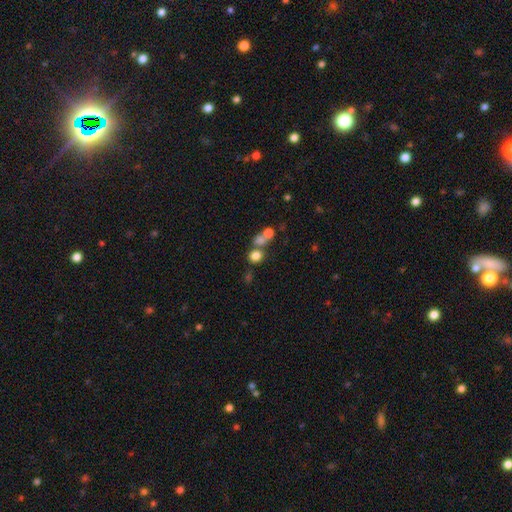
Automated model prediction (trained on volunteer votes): Smooth or featured? smooth (75%)
How rounded? round (80%)
Merging? none (49%)